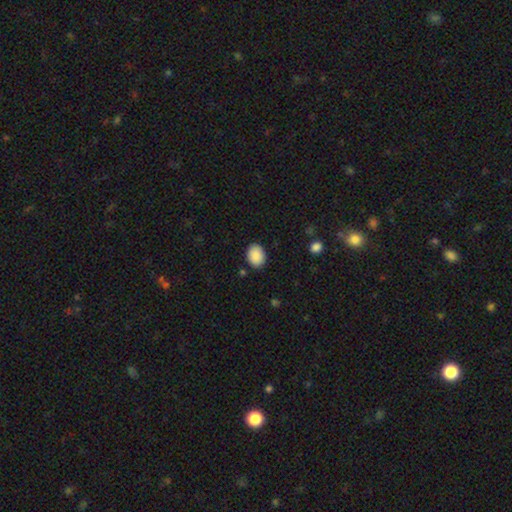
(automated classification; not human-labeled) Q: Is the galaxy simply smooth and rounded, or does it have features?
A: smooth — 90%.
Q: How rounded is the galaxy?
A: in between — 68%.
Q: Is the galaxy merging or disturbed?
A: none — 87%.